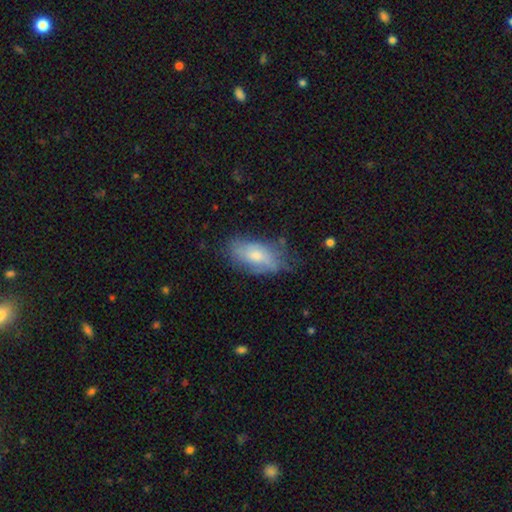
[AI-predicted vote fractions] This appears to be a smooth galaxy with no disk features (57%) that is in between round and cigar-shaped (89%). Merging: none (58%).